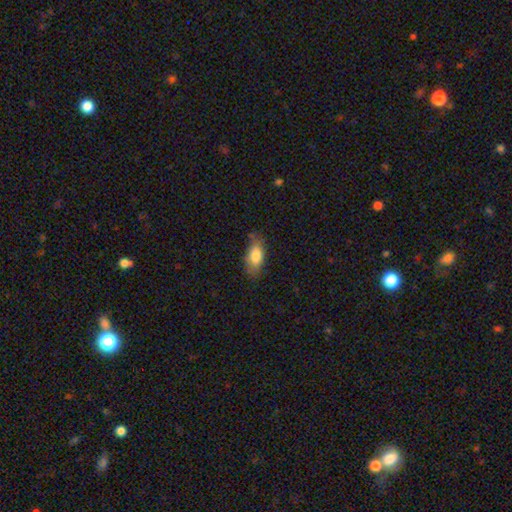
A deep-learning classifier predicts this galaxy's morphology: smooth-or-featured: smooth: 79% | featured or disk: 14% | star or artifact: 7%
  how-rounded: in between: 85% | cigar-shaped: 11% | round: 4%
  merging: none: 71% | minor disturbance: 23% | major disturbance: 5% | merger: 2%